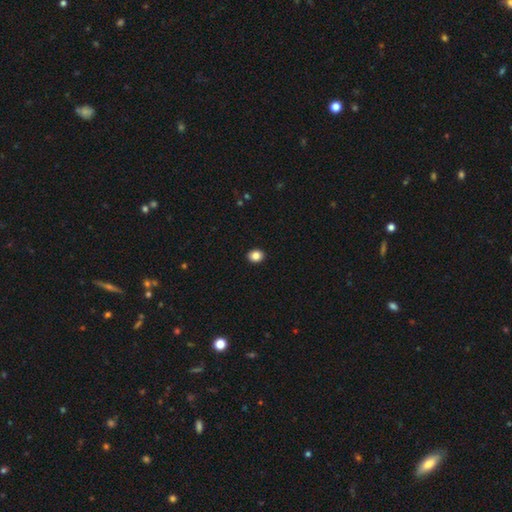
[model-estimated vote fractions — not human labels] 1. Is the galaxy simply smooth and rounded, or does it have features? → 85% smooth, 10% star or artifact, 5% featured or disk.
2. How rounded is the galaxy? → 60% round, 39% in between, 1% cigar-shaped.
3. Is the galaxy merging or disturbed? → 92% none, 5% minor disturbance, 1% major disturbance, 1% merger.